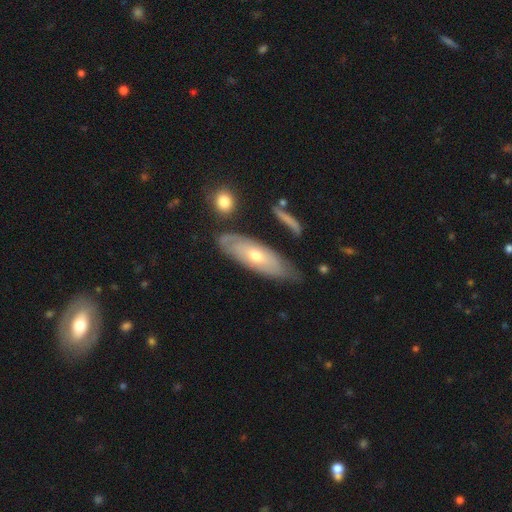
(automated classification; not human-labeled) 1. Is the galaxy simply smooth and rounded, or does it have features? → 55% featured or disk, 39% smooth, 5% star or artifact.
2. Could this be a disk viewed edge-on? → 75% no, 25% yes.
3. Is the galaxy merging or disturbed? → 68% none, 23% minor disturbance, 6% major disturbance, 4% merger.